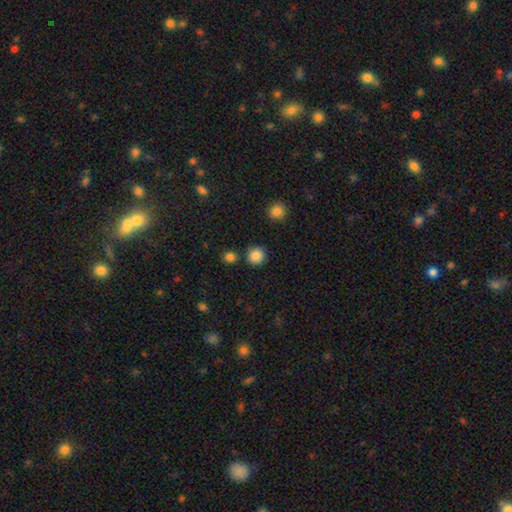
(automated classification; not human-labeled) This appears to be a smooth galaxy with no disk features (86%) that is round (93%). Merging: none (87%).